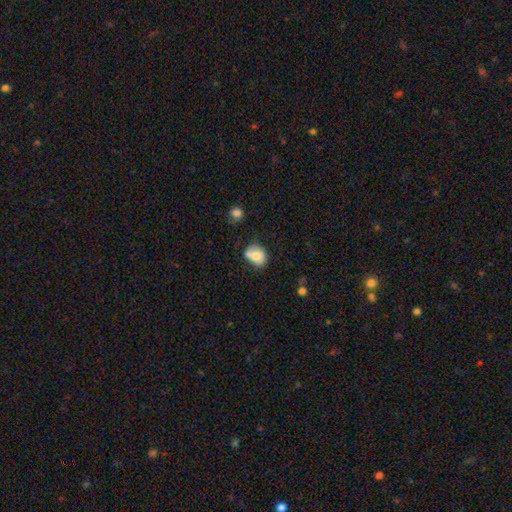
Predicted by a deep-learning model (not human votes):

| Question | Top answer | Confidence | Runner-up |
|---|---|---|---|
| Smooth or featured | smooth | 76% | featured or disk (15%) |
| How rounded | in between | 52% | round (47%) |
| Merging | none | 44% | merger (26%) |